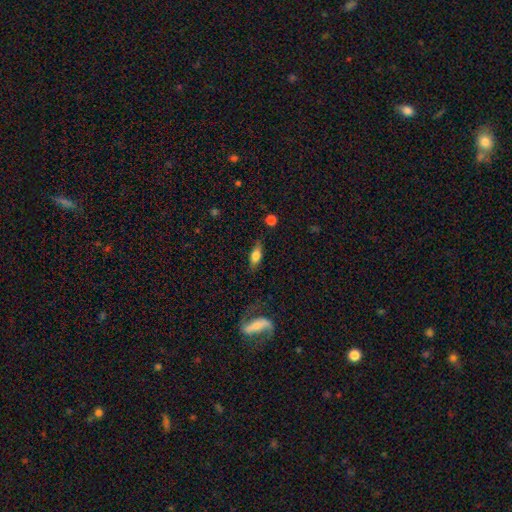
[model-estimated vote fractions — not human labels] Smooth or featured: smooth — 66% (featured or disk — 26%)
How rounded: in between — 71% (cigar-shaped — 25%)
Merging: none — 77% (minor disturbance — 16%)